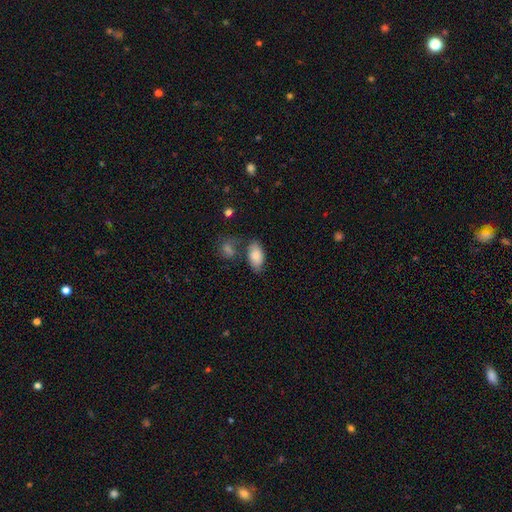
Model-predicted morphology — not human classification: This appears to be a smooth galaxy with no disk features (83%) that is in between round and cigar-shaped (93%). Merging: none (55%).